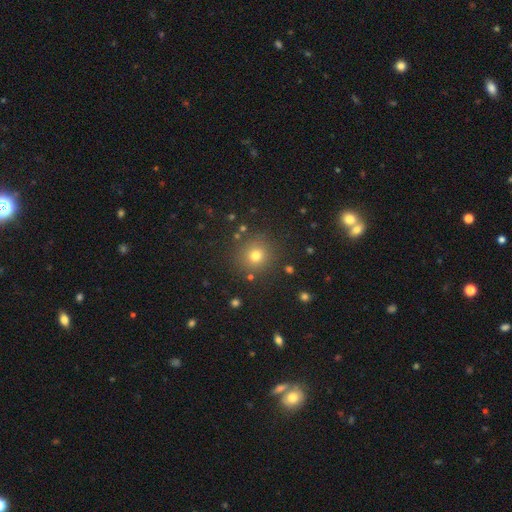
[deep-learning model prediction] A smooth galaxy with no disk features (75%) that is round (93%). Merging: none (87%).